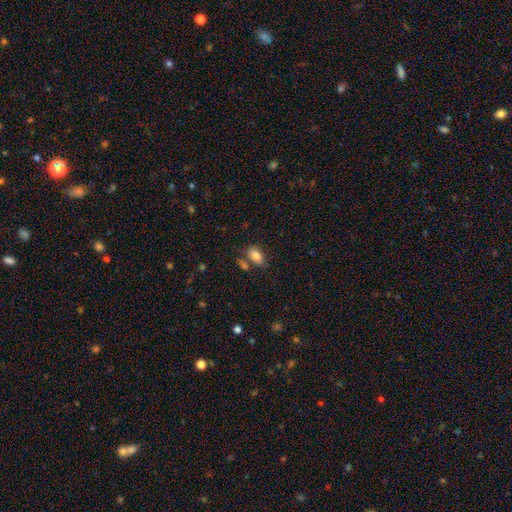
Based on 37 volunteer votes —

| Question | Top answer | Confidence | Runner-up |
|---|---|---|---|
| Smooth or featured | smooth | 95% | featured or disk (5%) |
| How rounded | in between | 89% | round (6%) |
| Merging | none | 81% | minor disturbance (11%) |